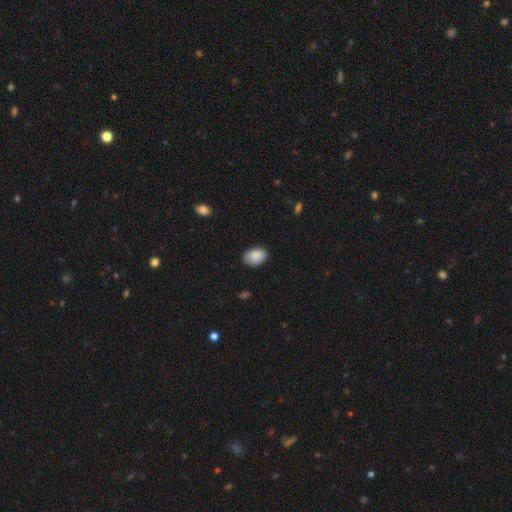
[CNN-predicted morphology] The model was most divided on "merging": none: 83%, minor disturbance: 13%, major disturbance: 2%, merger: 1%. More confident: smooth or featured — smooth (89%); how rounded — in between (87%).